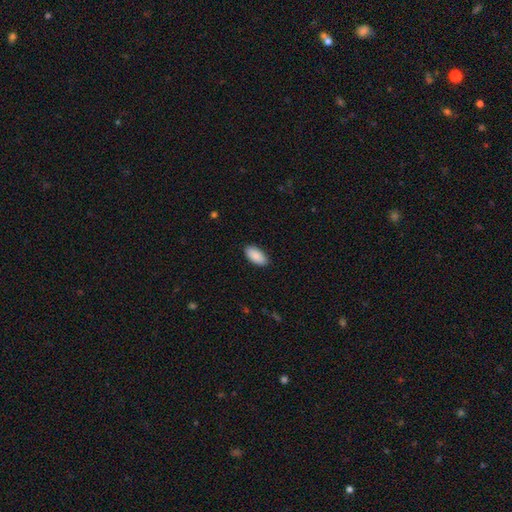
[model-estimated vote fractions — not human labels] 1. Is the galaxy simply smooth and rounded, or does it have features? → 91% smooth, 6% star or artifact, 3% featured or disk.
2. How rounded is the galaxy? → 94% in between, 4% cigar-shaped, 2% round.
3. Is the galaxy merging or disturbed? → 89% none, 8% minor disturbance, 2% major disturbance, 1% merger.